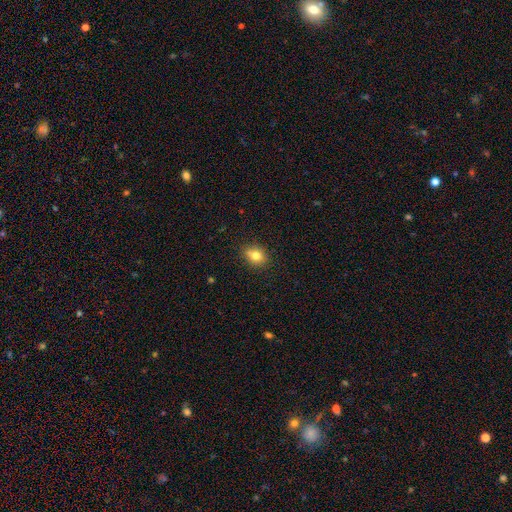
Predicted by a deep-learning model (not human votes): smooth-or-featured: smooth: 77% | featured or disk: 12% | star or artifact: 11%
  how-rounded: in between: 53% | round: 45% | cigar-shaped: 2%
  merging: none: 82% | minor disturbance: 13% | major disturbance: 3% | merger: 2%